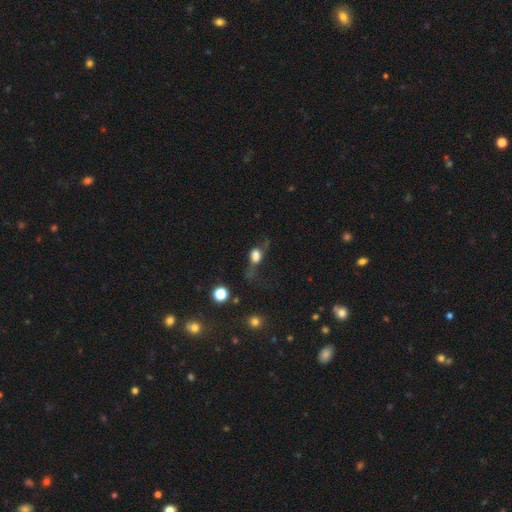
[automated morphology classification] A smooth galaxy with no disk features (57%) that is round (49%).

Vote fractions:
- Smooth or featured? smooth: 57% / featured or disk: 29% / star or artifact: 14%
- How rounded? round: 49% / in between: 46% / cigar-shaped: 5%
- Merging? major disturbance: 45% / none: 29% / minor disturbance: 18% / merger: 8%